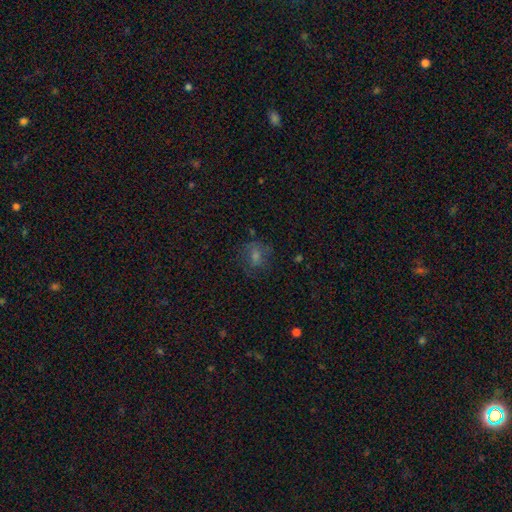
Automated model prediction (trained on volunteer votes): smooth 49%, star or artifact 28%, featured or disk 24%. Down the decision tree: merging — none (72%).